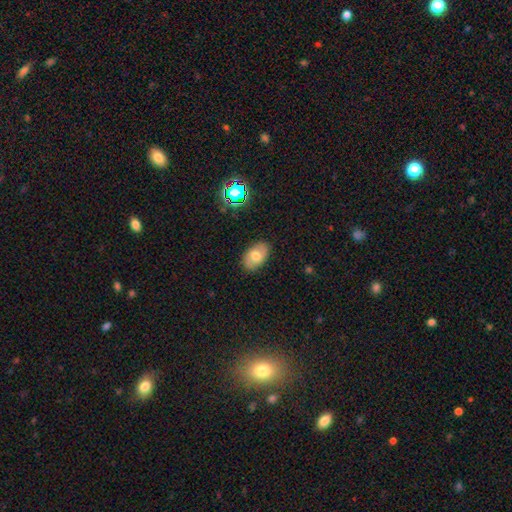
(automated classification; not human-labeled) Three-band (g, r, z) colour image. It shows a smooth galaxy with no disk features (68%) that is in between round and cigar-shaped (90%). Merging: none (85%).